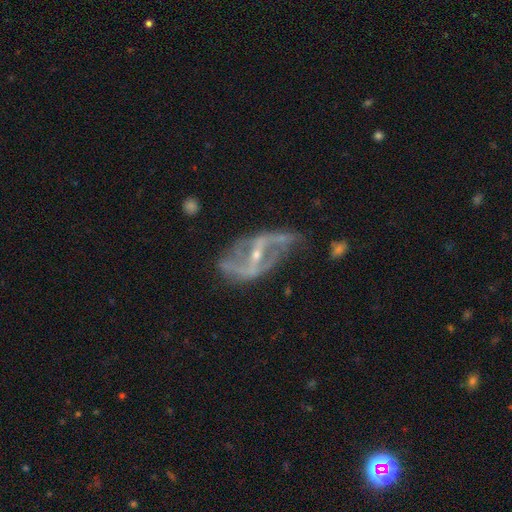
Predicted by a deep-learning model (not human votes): Q: Smooth or featured?
A: featured or disk (88%); runner-up: star or artifact (6%)
Q: Edge-on disk?
A: no (94%); runner-up: yes (6%)
Q: Bar?
A: strong (57%); runner-up: weak (29%)
Q: Spiral arms?
A: yes (88%); runner-up: no (12%)
Q: Spiral winding?
A: loose (56%); runner-up: medium (32%)
Q: Spiral arm count?
A: 2 (83%); runner-up: can't tell (7%)
Q: Bulge size?
A: small (67%); runner-up: moderate (29%)
Q: Merging?
A: none (50%); runner-up: minor disturbance (25%)